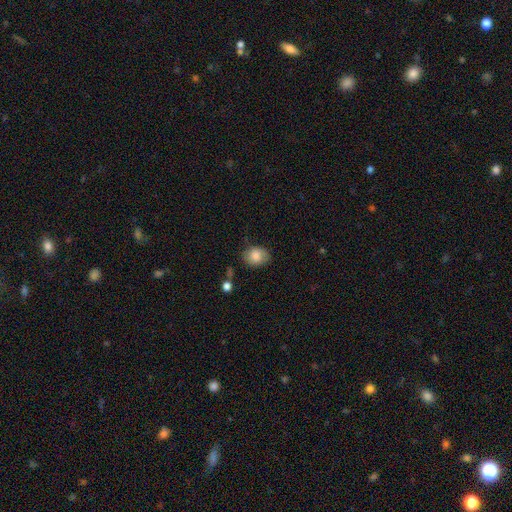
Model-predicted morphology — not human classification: Smooth or featured? smooth (83%)
How rounded? in between (50%)
Merging? none (72%)